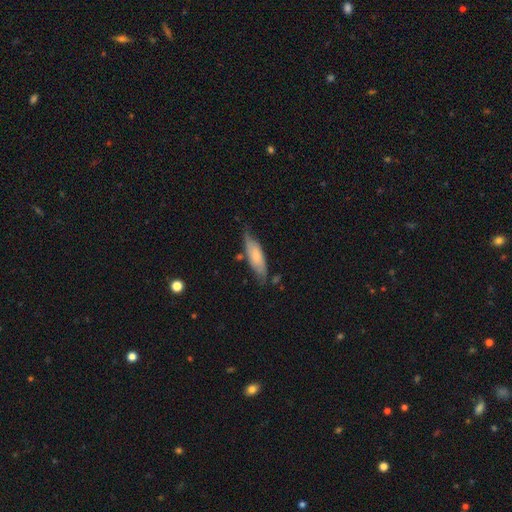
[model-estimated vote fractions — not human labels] Smooth or featured? smooth (66%)
How rounded? in between (50%)
Merging? none (66%)